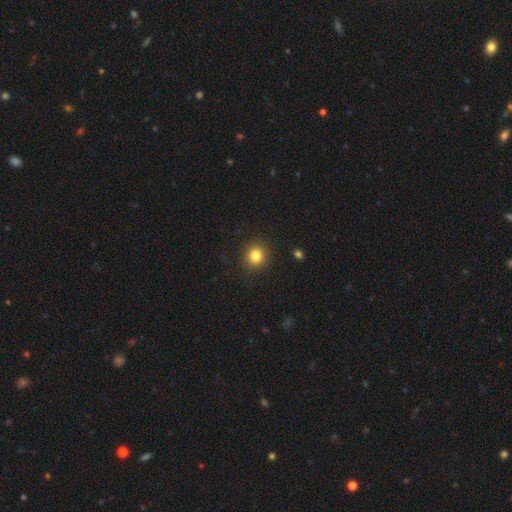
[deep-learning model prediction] smooth_or_featured: smooth (p=0.82) [alt: star or artifact p=0.12]
how_rounded: round (p=0.84) [alt: in between p=0.15]
merging: none (p=0.90) [alt: minor disturbance p=0.07]